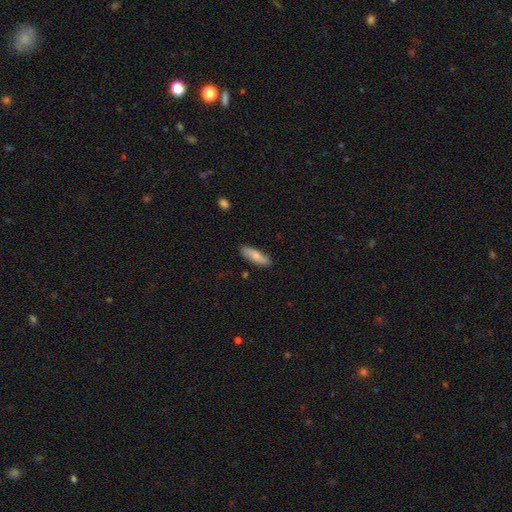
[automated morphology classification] Smooth or featured? Predicted: smooth (p=0.76). How rounded? Predicted: cigar-shaped (p=0.52). Merging? Predicted: none (p=0.85).